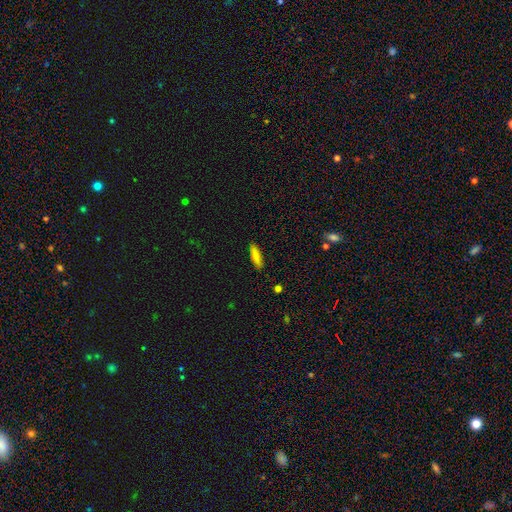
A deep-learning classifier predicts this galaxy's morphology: smooth 81%, featured or disk 11%, star or artifact 8%. Down the decision tree: how rounded — cigar-shaped (61%); merging — none (88%).